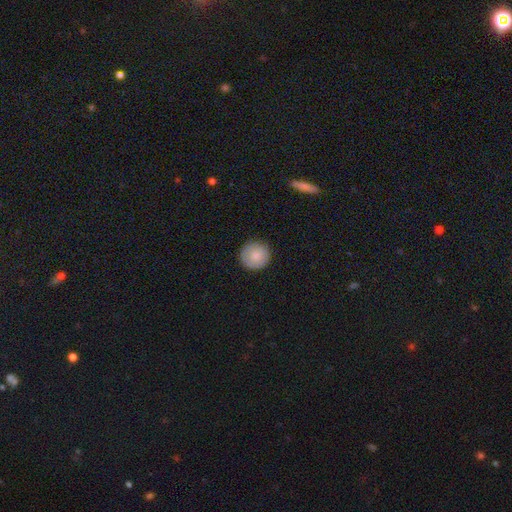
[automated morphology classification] smooth-or-featured: smooth: 84% | featured or disk: 9% | star or artifact: 7%
  how-rounded: round: 93% | in between: 6% | cigar-shaped: 1%
  merging: none: 88% | minor disturbance: 9% | major disturbance: 2% | merger: 1%